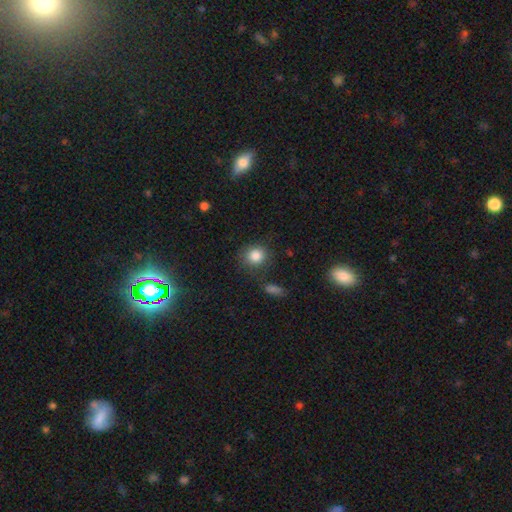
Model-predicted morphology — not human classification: A smooth galaxy with no disk features (85%) that is round (81%).

Vote fractions:
- Smooth or featured? smooth: 85% / star or artifact: 10% / featured or disk: 6%
- How rounded? round: 81% / in between: 17% / cigar-shaped: 1%
- Merging? none: 77% / minor disturbance: 13% / merger: 5% / major disturbance: 5%